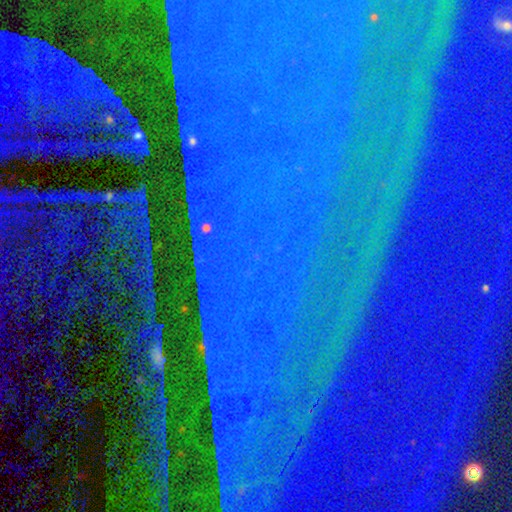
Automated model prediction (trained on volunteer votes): A star or artifact, not a galaxy (89%).

Vote fractions:
- Smooth or featured? star or artifact: 89% / featured or disk: 6% / smooth: 5%